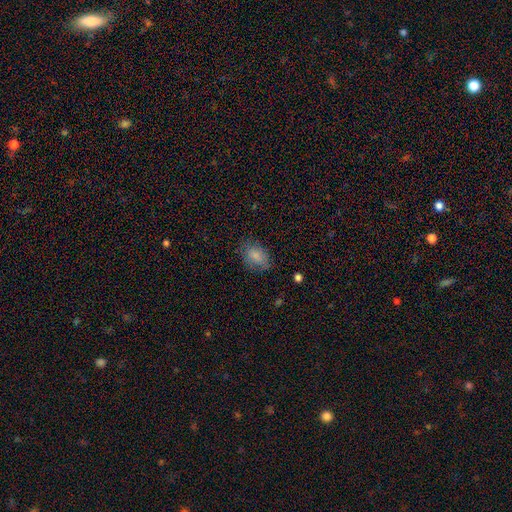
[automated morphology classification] Q: Smooth or featured?
A: smooth (83%); runner-up: featured or disk (9%)
Q: How rounded?
A: in between (80%); runner-up: round (18%)
Q: Merging?
A: none (75%); runner-up: minor disturbance (18%)